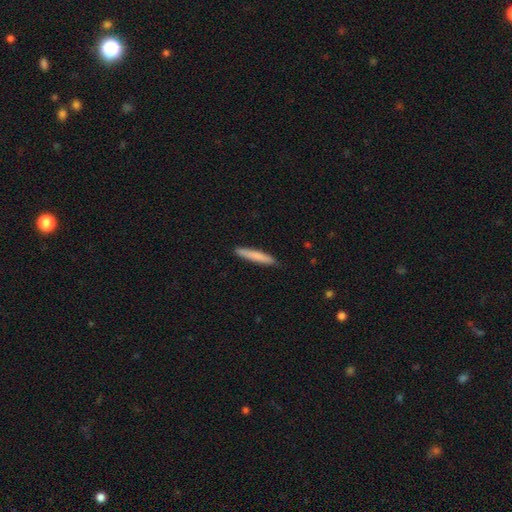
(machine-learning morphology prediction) Smooth or featured?
  - smooth: 79% *
  - featured or disk: 15%
  - star or artifact: 5%
How rounded?
  - cigar-shaped: 95% *
  - in between: 4%
  - round: 1%
Merging?
  - none: 89% *
  - minor disturbance: 8%
  - major disturbance: 1%
  - merger: 1%